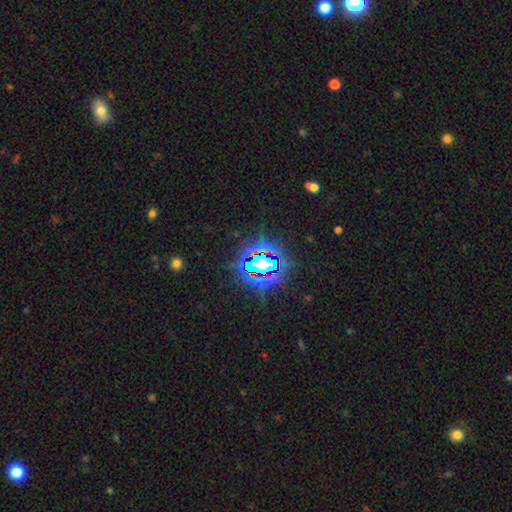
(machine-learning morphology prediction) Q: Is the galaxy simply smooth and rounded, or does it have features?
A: star or artifact — 77%.